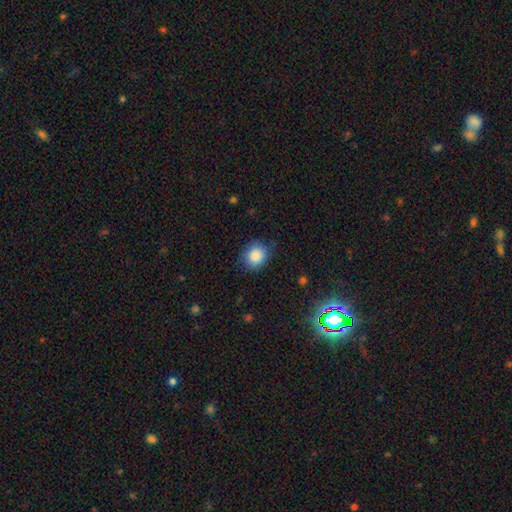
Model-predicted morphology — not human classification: This is clearly a smooth galaxy (88%). How rounded: likely round (66%). Merging: likely none (79%).